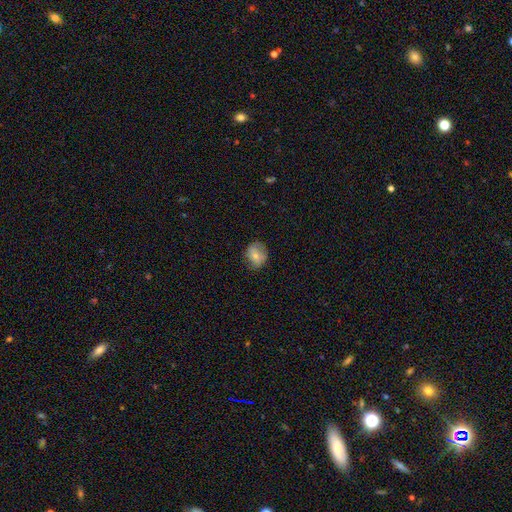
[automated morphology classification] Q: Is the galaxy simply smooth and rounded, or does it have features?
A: smooth — 69%.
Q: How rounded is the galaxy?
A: round — 58%.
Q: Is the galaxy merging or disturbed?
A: none — 72%.